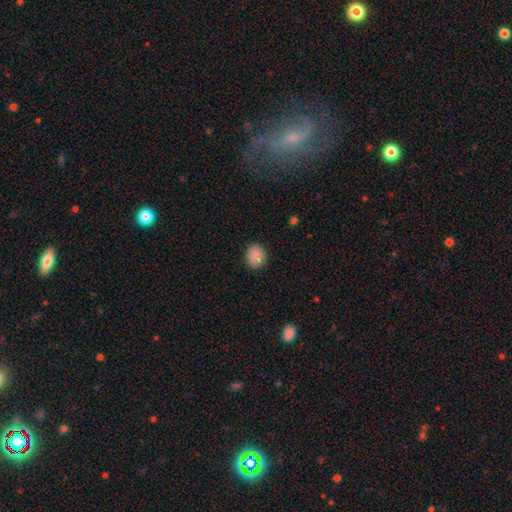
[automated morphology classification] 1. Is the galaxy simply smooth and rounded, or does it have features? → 87% smooth, 9% star or artifact, 4% featured or disk.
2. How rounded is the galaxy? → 70% round, 29% in between, 1% cigar-shaped.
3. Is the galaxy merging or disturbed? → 87% none, 10% minor disturbance, 2% major disturbance, 1% merger.